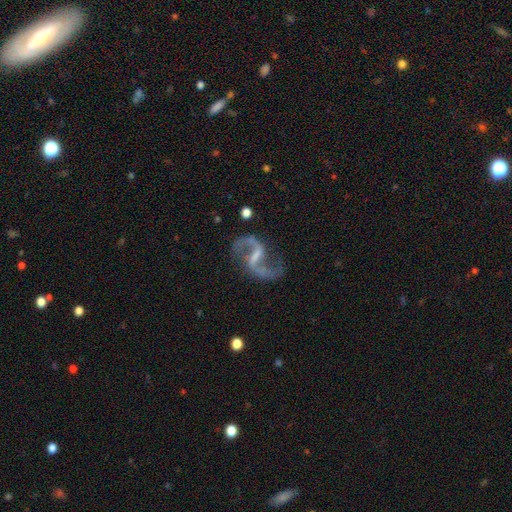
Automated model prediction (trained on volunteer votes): A featured or disk galaxy (92%) with a weak bar (47%), 2 (94%) loose (66%) spiral arms (97%) and no central bulge (42%).

Vote fractions:
- Smooth or featured? featured or disk: 92% / star or artifact: 5% / smooth: 3%
- Edge-on disk? no: 98% / yes: 2%
- Bar? weak: 47% / strong: 40% / no: 13%
- Spiral arms? yes: 97% / no: 3%
- Spiral winding? loose: 66% / medium: 30% / tight: 5%
- Spiral arm count? 2: 94% / 1: 2% / can't tell: 1% / 3: 1% / 4: 1% / more than 4: 1%
- Bulge size? none: 42% / small: 40% / moderate: 15% / large: 2% / dominant: 1%
- Merging? none: 77% / minor disturbance: 13% / major disturbance: 7% / merger: 2%